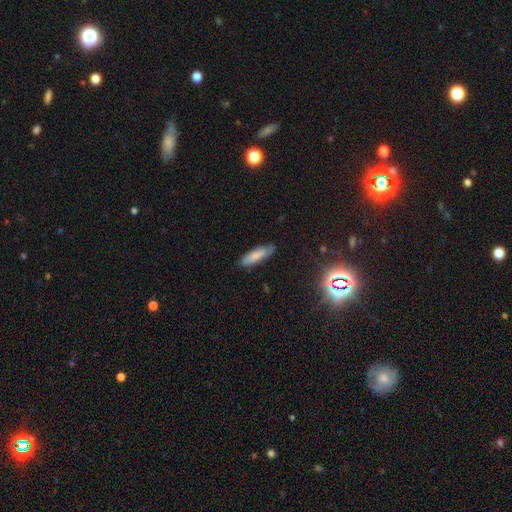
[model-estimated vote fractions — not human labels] Smooth or featured?
  - smooth: 77% *
  - featured or disk: 16%
  - star or artifact: 7%
How rounded?
  - cigar-shaped: 59% *
  - in between: 40%
  - round: 2%
Merging?
  - none: 81% *
  - minor disturbance: 15%
  - major disturbance: 3%
  - merger: 1%